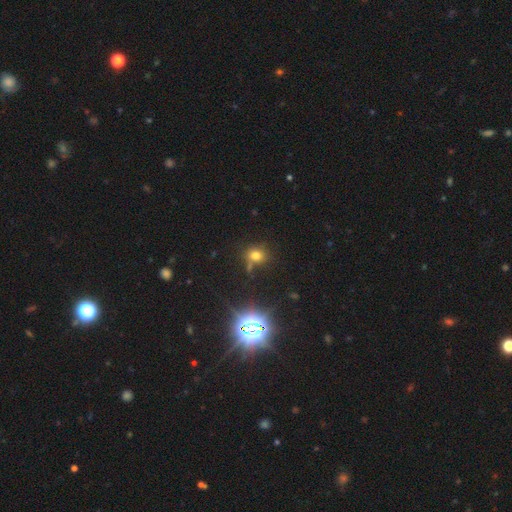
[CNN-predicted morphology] A smooth galaxy with no disk features (68%) that is round (71%).

Vote fractions:
- Smooth or featured? smooth: 68% / star or artifact: 23% / featured or disk: 8%
- How rounded? round: 71% / in between: 27% / cigar-shaped: 1%
- Merging? none: 70% / minor disturbance: 14% / merger: 11% / major disturbance: 5%